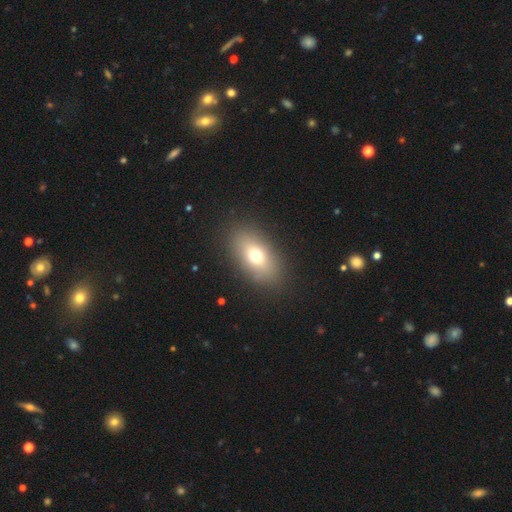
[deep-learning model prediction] Smooth or featured: smooth — 71% (featured or disk — 18%)
How rounded: in between — 86% (round — 10%)
Merging: none — 86% (minor disturbance — 9%)